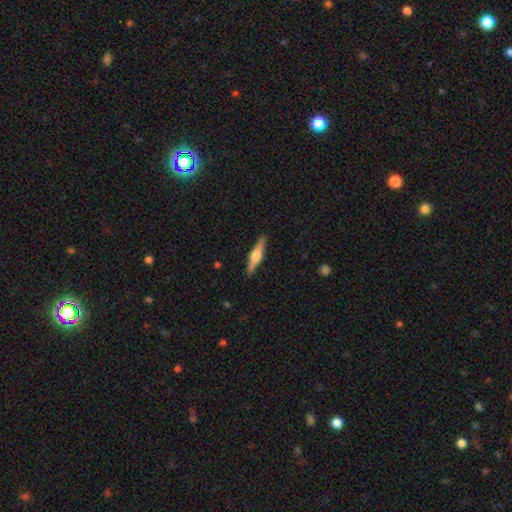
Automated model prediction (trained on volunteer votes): The model was most divided on "smooth or featured": featured or disk: 64%, smooth: 31%, star or artifact: 5%. More confident: edge-on disk — yes (97%); edge-on bulge — rounded (91%); merging — none (90%).